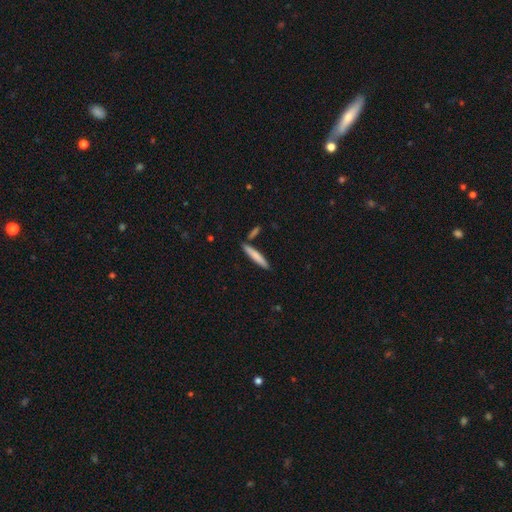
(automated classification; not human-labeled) This is likely a smooth galaxy (76%). How rounded: clearly cigar-shaped (93%). Merging: clearly none (85%).